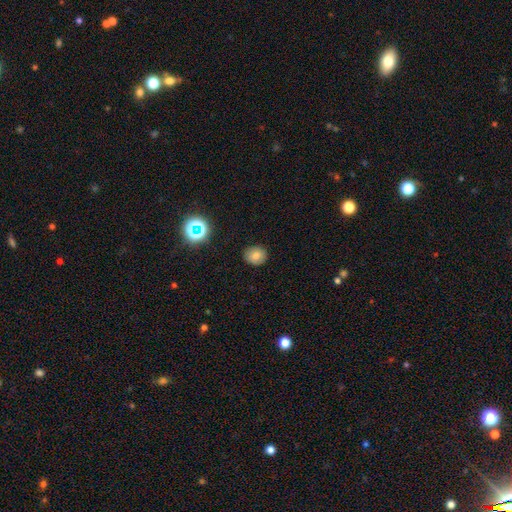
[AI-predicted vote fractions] Overall: smooth (76%). How rounded: round (76%). Merging: none (88%).